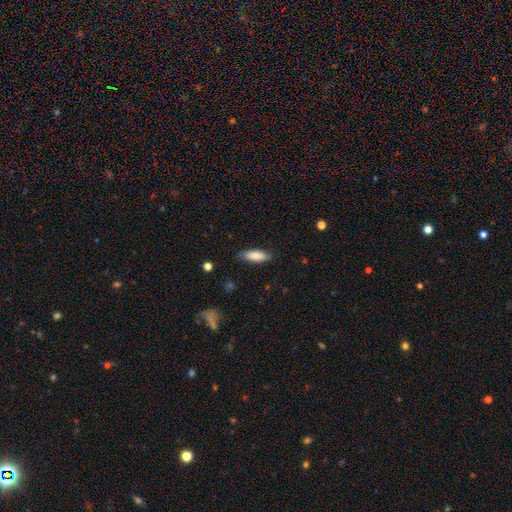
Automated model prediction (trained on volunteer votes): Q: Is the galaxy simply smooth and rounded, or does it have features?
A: smooth — 84%.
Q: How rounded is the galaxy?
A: in between — 66%.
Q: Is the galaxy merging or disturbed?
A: none — 82%.